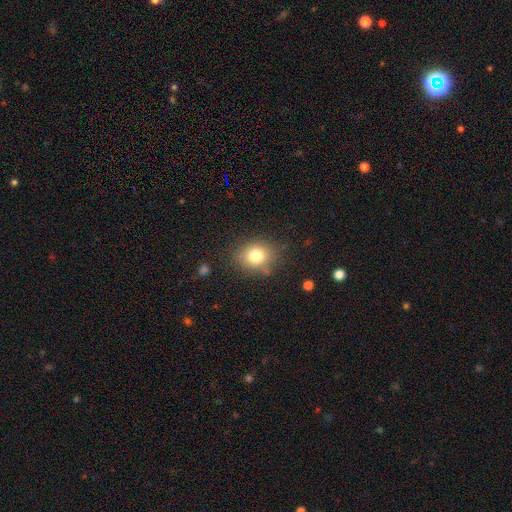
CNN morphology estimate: smooth-or-featured: smooth: 78% | star or artifact: 12% | featured or disk: 10%
  how-rounded: round: 60% | in between: 39% | cigar-shaped: 1%
  merging: none: 79% | minor disturbance: 14% | major disturbance: 4% | merger: 3%